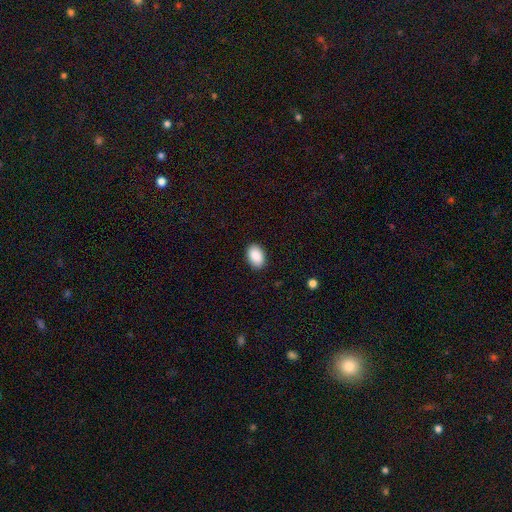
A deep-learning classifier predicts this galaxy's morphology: The model was most divided on "how rounded": in between: 87%, round: 11%, cigar-shaped: 1%. More confident: smooth or featured — smooth (90%); merging — none (89%).